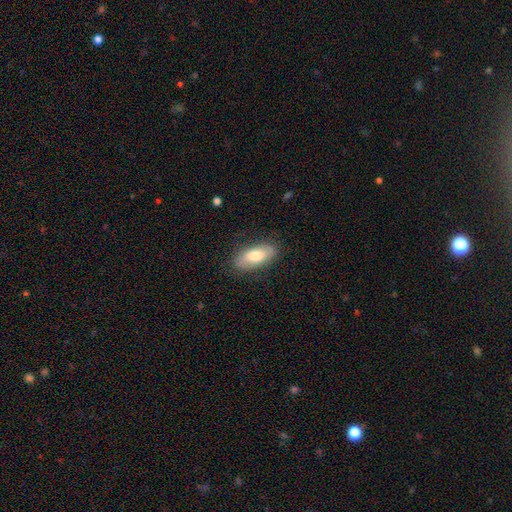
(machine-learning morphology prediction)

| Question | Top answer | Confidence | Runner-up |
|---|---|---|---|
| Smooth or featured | smooth | 71% | featured or disk (23%) |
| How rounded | in between | 83% | cigar-shaped (14%) |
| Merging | none | 82% | minor disturbance (13%) |